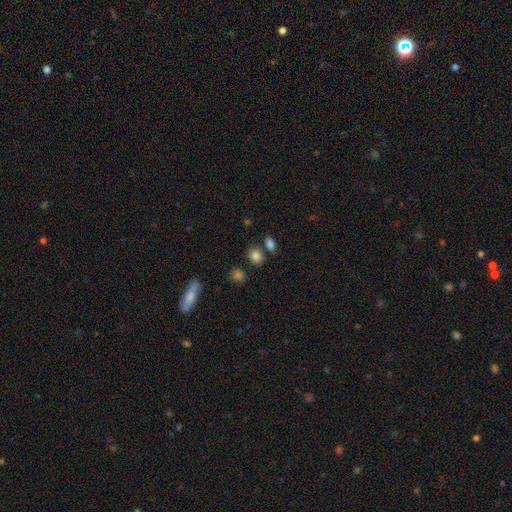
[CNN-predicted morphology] smooth_or_featured: smooth (p=0.83) [alt: star or artifact p=0.11]
how_rounded: round (p=0.53) [alt: in between p=0.45]
merging: none (p=0.75) [alt: merger p=0.12]